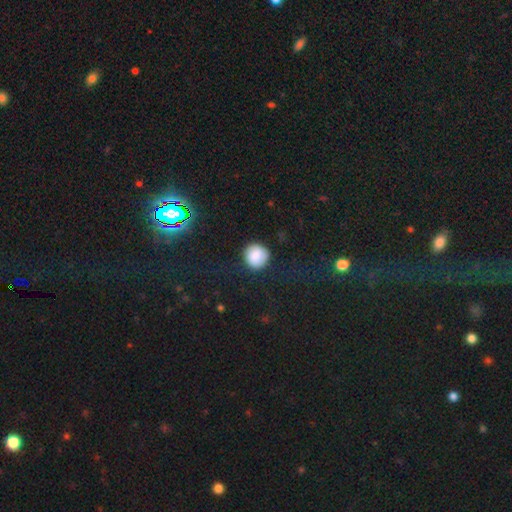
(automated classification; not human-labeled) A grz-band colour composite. It shows a smooth galaxy with no disk features (83%) that is round (90%). Merging: none (81%).